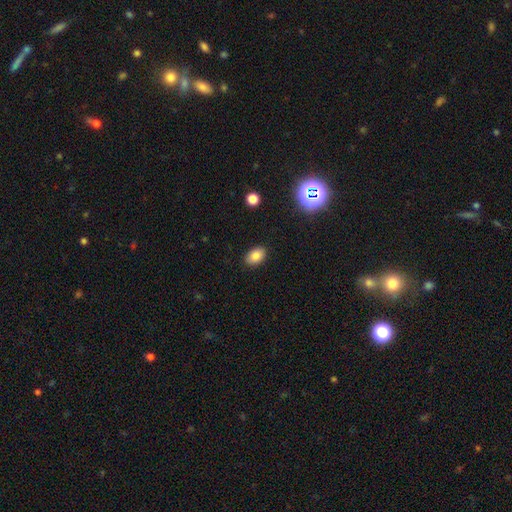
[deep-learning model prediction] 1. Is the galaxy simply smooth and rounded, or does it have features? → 83% smooth, 10% star or artifact, 6% featured or disk.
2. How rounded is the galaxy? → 88% in between, 11% round, 1% cigar-shaped.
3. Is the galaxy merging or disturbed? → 88% none, 9% minor disturbance, 2% major disturbance, 1% merger.